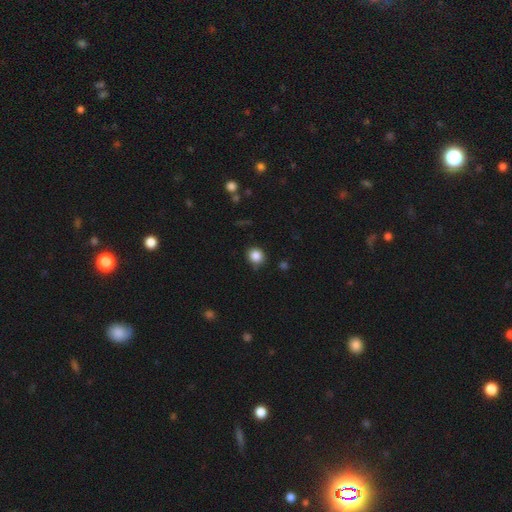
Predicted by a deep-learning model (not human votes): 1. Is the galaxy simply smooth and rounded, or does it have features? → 86% smooth, 10% star or artifact, 4% featured or disk.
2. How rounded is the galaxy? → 82% round, 17% in between, 1% cigar-shaped.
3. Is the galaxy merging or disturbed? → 84% none, 11% minor disturbance, 2% major disturbance, 2% merger.